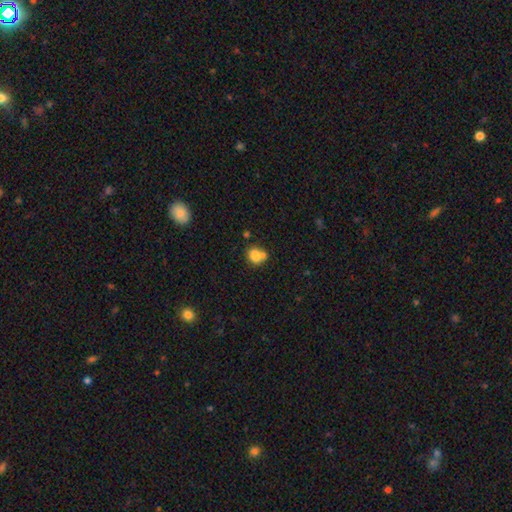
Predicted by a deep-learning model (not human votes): Q: Smooth or featured?
A: smooth (76%); runner-up: featured or disk (13%)
Q: How rounded?
A: round (56%); runner-up: in between (43%)
Q: Merging?
A: merger (45%); runner-up: none (38%)